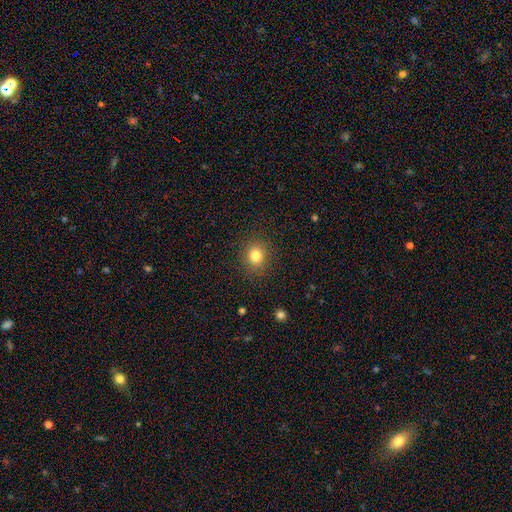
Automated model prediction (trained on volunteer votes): Q: Smooth or featured?
A: smooth (81%); runner-up: star or artifact (13%)
Q: How rounded?
A: round (82%); runner-up: in between (17%)
Q: Merging?
A: none (89%); runner-up: minor disturbance (7%)